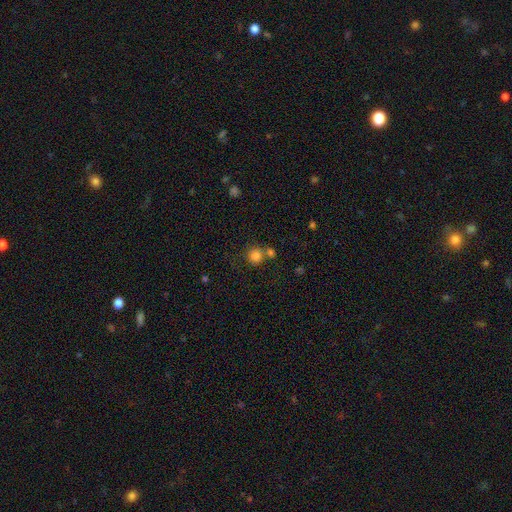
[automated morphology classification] This appears to be a smooth galaxy with no disk features (82%) that is round (89%). Merging: none (61%).